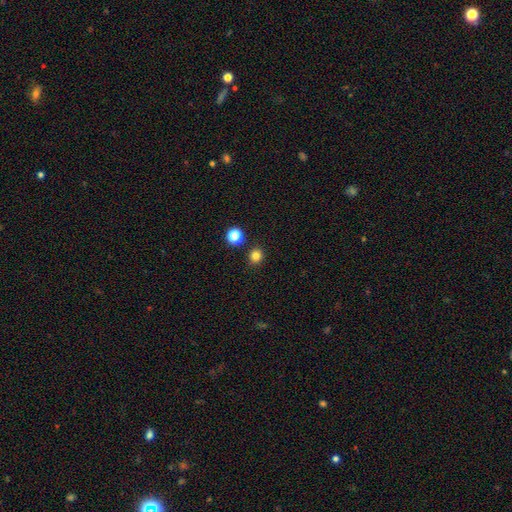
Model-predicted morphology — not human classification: Q: Smooth or featured?
A: smooth (81%); runner-up: star or artifact (14%)
Q: How rounded?
A: round (86%); runner-up: in between (13%)
Q: Merging?
A: none (88%); runner-up: minor disturbance (6%)